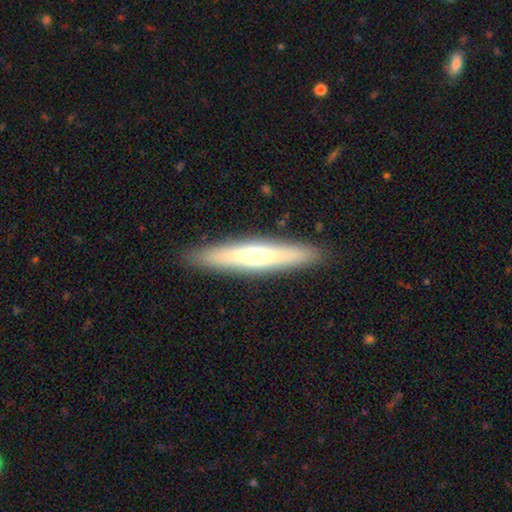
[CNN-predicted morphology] Smooth or featured? Predicted: smooth (p=0.48). Merging? Predicted: none (p=0.91).